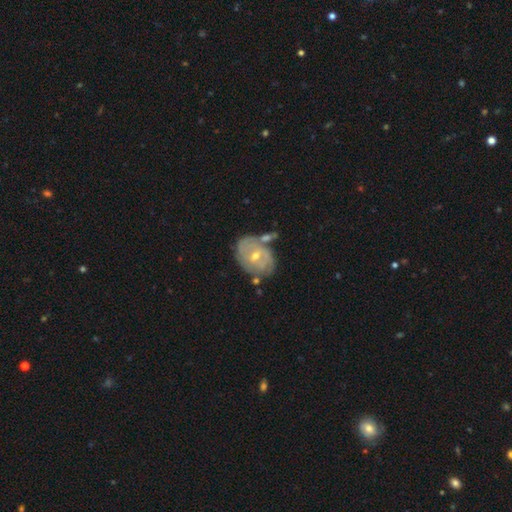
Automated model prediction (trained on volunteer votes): smooth_or_featured: featured or disk (p=0.72) [alt: smooth p=0.20]
disk_edge_on: no (p=0.96) [alt: yes p=0.04]
bar: no (p=0.61) [alt: weak p=0.31]
has_spiral_arms: yes (p=0.74) [alt: no p=0.26]
spiral_winding: tight (p=0.68) [alt: medium p=0.24]
spiral_arm_count: can't tell (p=0.51) [alt: 2 p=0.27]
bulge_size: moderate (p=0.52) [alt: small p=0.45]
merging: none (p=0.56) [alt: minor disturbance p=0.20]